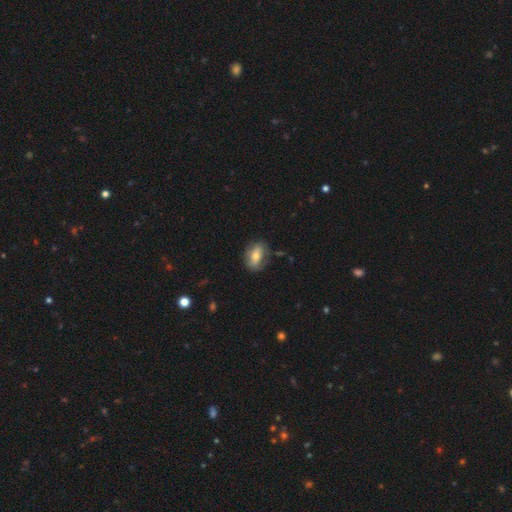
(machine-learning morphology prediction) Smooth or featured? Predicted: smooth (p=0.58). How rounded? Predicted: in between (p=0.78). Merging? Predicted: none (p=0.70).